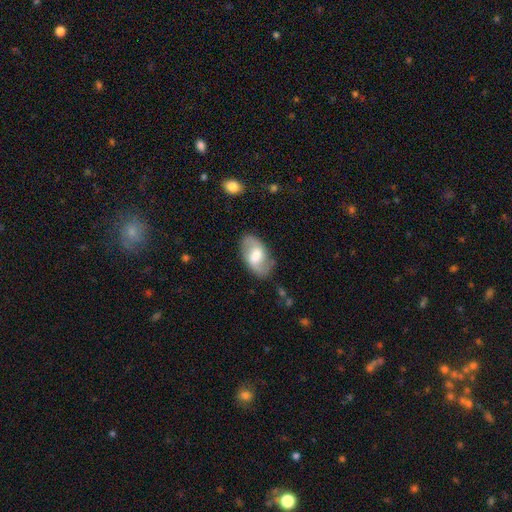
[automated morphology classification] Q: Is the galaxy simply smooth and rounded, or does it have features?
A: featured or disk — 56%.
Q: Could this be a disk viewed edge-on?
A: no — 94%.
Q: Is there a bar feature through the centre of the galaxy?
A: weak — 51%.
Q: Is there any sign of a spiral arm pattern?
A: yes — 76%.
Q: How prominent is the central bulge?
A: moderate — 48%.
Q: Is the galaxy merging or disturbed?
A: none — 78%.